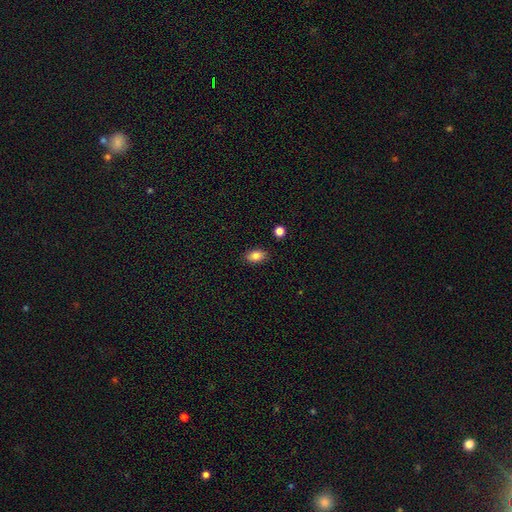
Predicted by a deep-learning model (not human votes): Q: Smooth or featured?
A: smooth (85%); runner-up: star or artifact (9%)
Q: How rounded?
A: in between (87%); runner-up: round (11%)
Q: Merging?
A: none (87%); runner-up: minor disturbance (9%)